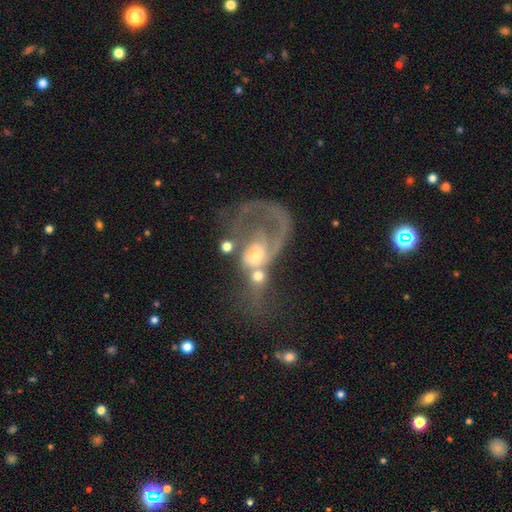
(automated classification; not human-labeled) Smooth or featured?
  - featured or disk: 69% *
  - smooth: 21%
  - star or artifact: 9%
Edge-on disk?
  - no: 96% *
  - yes: 4%
Bar?
  - no: 75% *
  - weak: 20%
  - strong: 5%
Spiral arms?
  - yes: 62% *
  - no: 38%
Bulge size?
  - moderate: 48% *
  - small: 37%
  - large: 7%
  - none: 6%
  - dominant: 2%
Merging?
  - merger: 46% *
  - major disturbance: 33%
  - none: 13%
  - minor disturbance: 7%